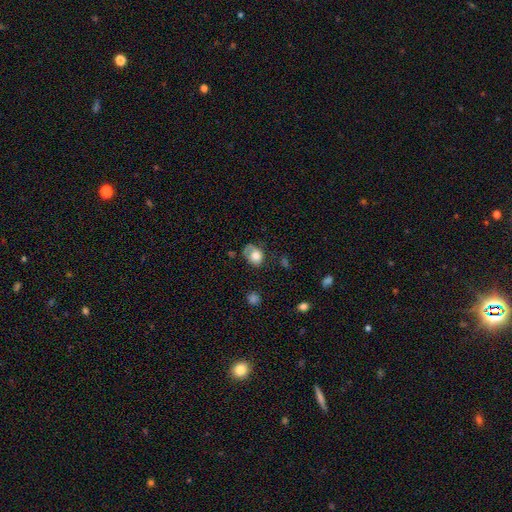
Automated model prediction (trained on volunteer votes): Overall: smooth (70%). How rounded: in between (52%; round 47%). Merging: none (46%; minor disturbance 31%).